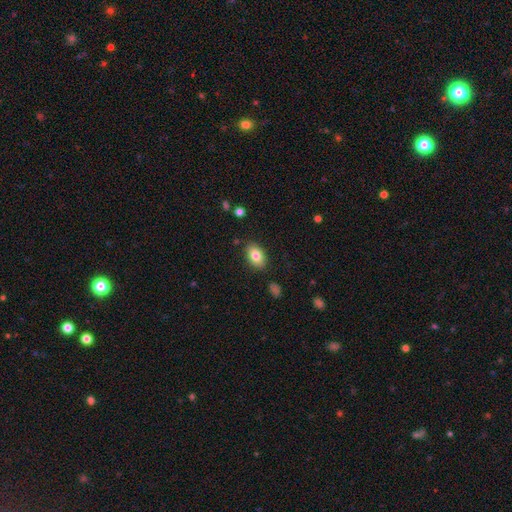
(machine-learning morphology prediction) smooth 81%, featured or disk 11%, star or artifact 8%. Down the decision tree: how rounded — in between (89%); merging — none (85%).